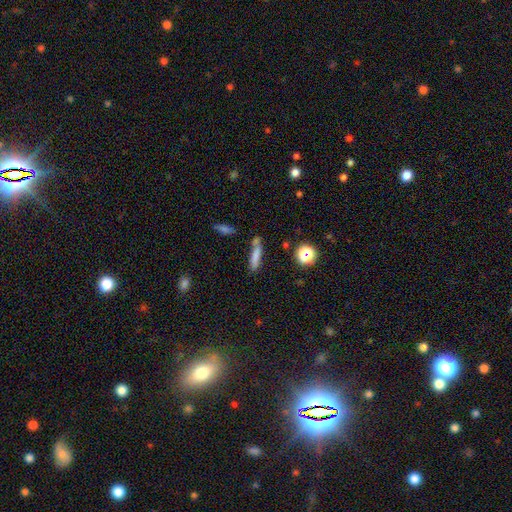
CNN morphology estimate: Smooth or featured: smooth — 72% (featured or disk — 16%)
How rounded: cigar-shaped — 79% (in between — 17%)
Merging: none — 64% (minor disturbance — 16%)